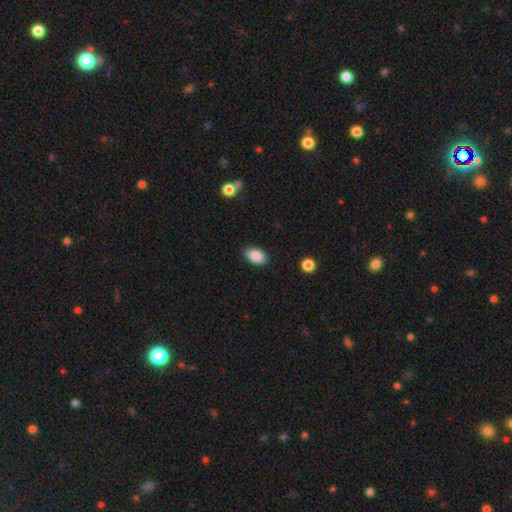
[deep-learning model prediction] Smooth or featured: smooth — 88% (star or artifact — 7%)
How rounded: in between — 94% (round — 5%)
Merging: none — 88% (minor disturbance — 9%)